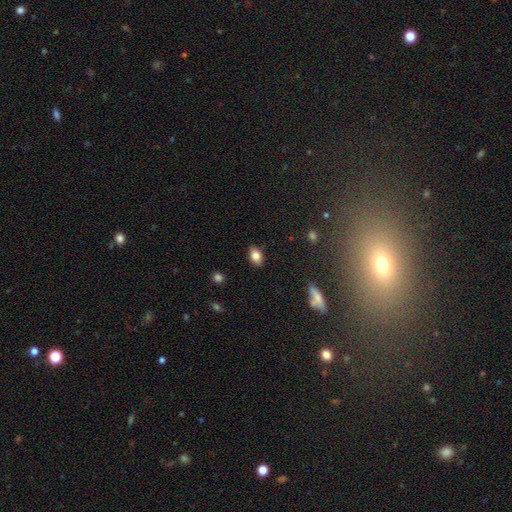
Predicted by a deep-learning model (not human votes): smooth-or-featured: smooth: 82% | featured or disk: 9% | star or artifact: 9%
  how-rounded: in between: 86% | round: 12% | cigar-shaped: 2%
  merging: none: 86% | minor disturbance: 10% | major disturbance: 2% | merger: 1%